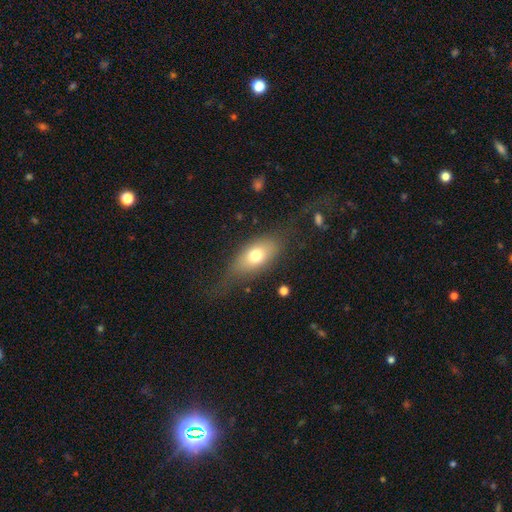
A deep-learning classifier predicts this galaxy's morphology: type=smooth (70%); roundness=in between (84%); merging=none (60%).